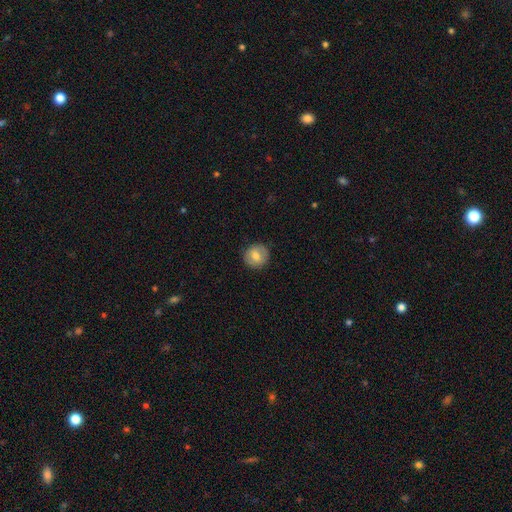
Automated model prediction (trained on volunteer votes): Smooth or featured: smooth — 74% (featured or disk — 18%)
How rounded: round — 92% (in between — 7%)
Merging: none — 89% (minor disturbance — 8%)